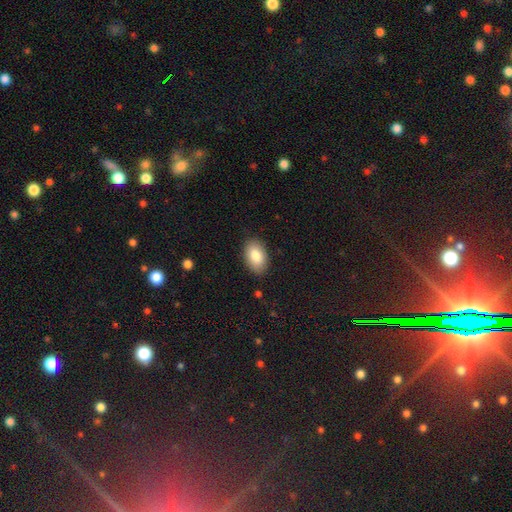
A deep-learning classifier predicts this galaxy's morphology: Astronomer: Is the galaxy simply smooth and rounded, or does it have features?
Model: smooth — 84%.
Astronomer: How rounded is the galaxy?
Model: in between — 92%.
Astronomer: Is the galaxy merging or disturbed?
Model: none — 87%.